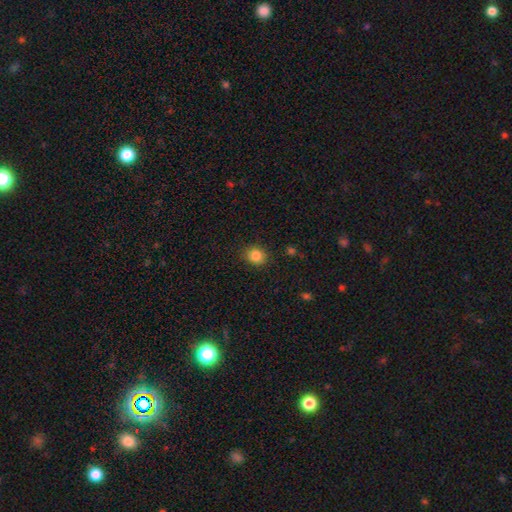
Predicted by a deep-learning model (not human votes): A smooth galaxy with no disk features (85%) that is round (79%).

Vote fractions:
- Smooth or featured? smooth: 85% / star or artifact: 11% / featured or disk: 4%
- How rounded? round: 79% / in between: 20% / cigar-shaped: 1%
- Merging? none: 87% / minor disturbance: 9% / major disturbance: 3% / merger: 1%